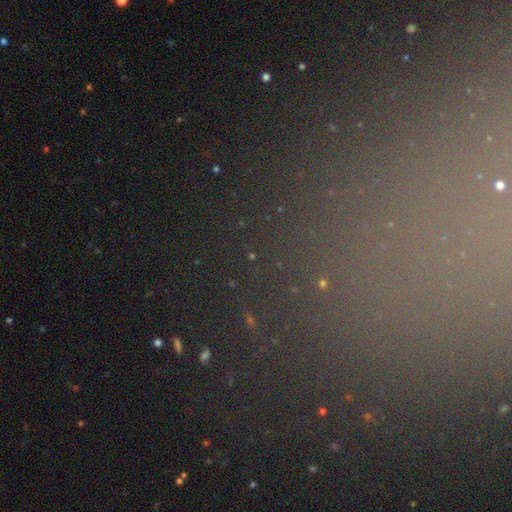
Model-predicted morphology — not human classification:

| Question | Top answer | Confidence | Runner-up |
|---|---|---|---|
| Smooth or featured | star or artifact | 75% | smooth (14%) |